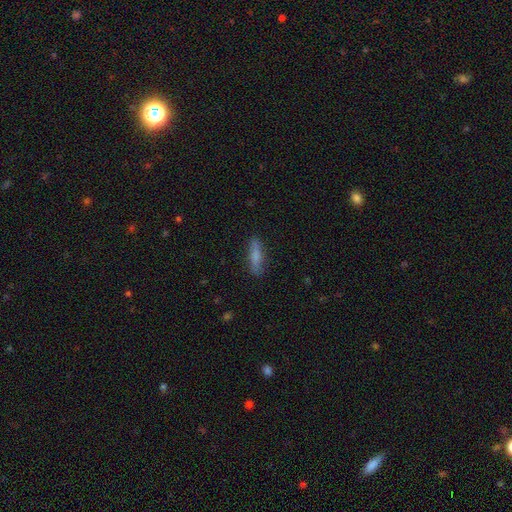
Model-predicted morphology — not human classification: This is likely a smooth galaxy (73%). How rounded: likely cigar-shaped (77%). Merging: clearly none (84%).